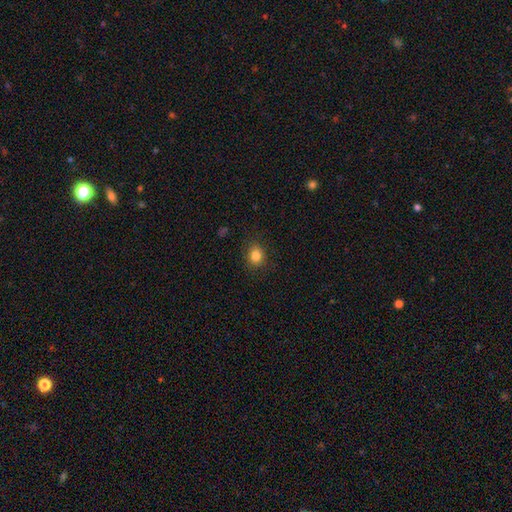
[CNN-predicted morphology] smooth-or-featured: smooth: 84% | star or artifact: 11% | featured or disk: 6%
  how-rounded: round: 59% | in between: 40% | cigar-shaped: 1%
  merging: none: 87% | minor disturbance: 9% | major disturbance: 3% | merger: 1%